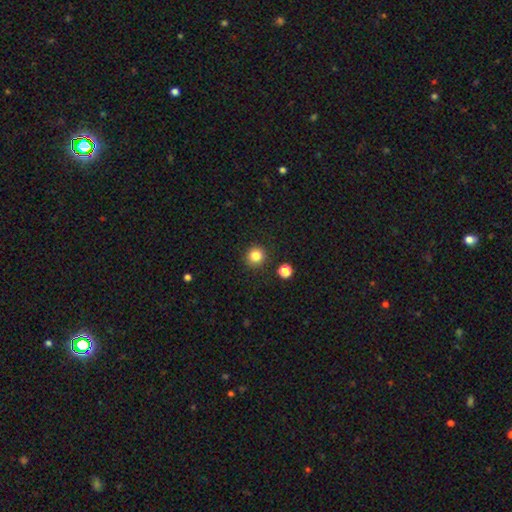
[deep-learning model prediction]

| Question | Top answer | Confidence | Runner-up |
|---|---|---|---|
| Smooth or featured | smooth | 83% | star or artifact (12%) |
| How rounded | round | 94% | in between (5%) |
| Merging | none | 90% | minor disturbance (6%) |